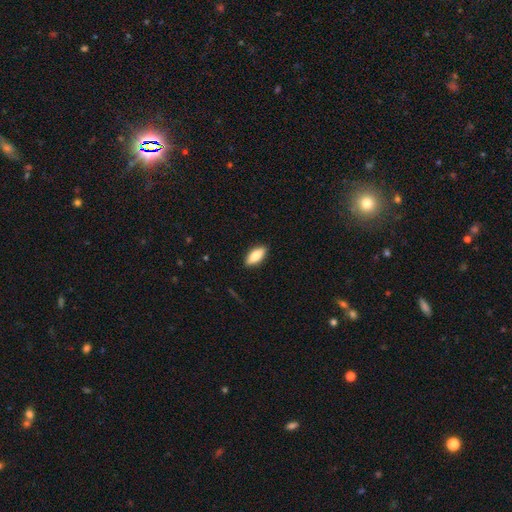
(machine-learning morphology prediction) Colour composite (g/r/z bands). It shows a smooth galaxy with no disk features (75%) that is in between round and cigar-shaped (80%). Merging: none (89%).